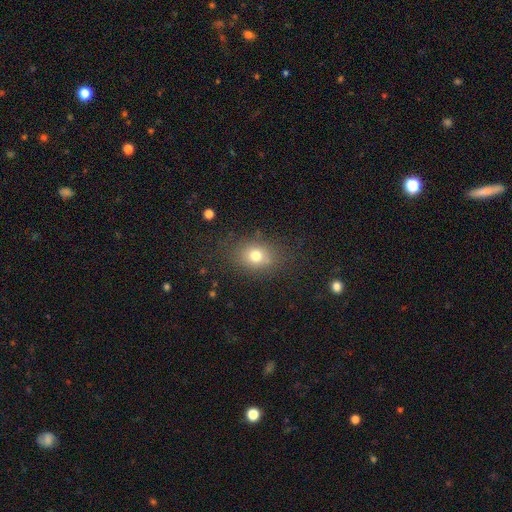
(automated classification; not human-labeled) The model was most divided on "how rounded": in between: 53%, round: 46%, cigar-shaped: 1%. More confident: merging — none (77%); smooth or featured — smooth (74%).